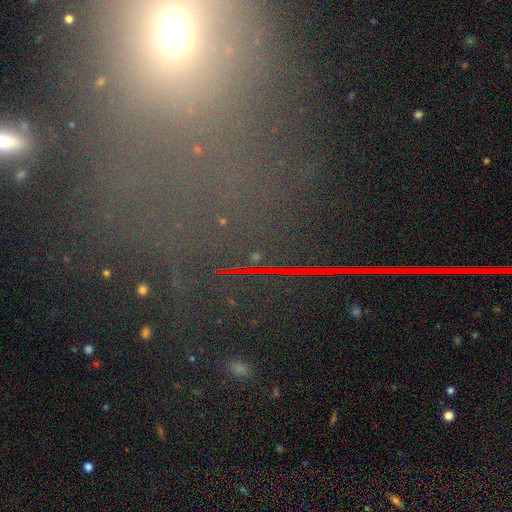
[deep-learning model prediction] star or artifact 79%, featured or disk 11%, smooth 10%.